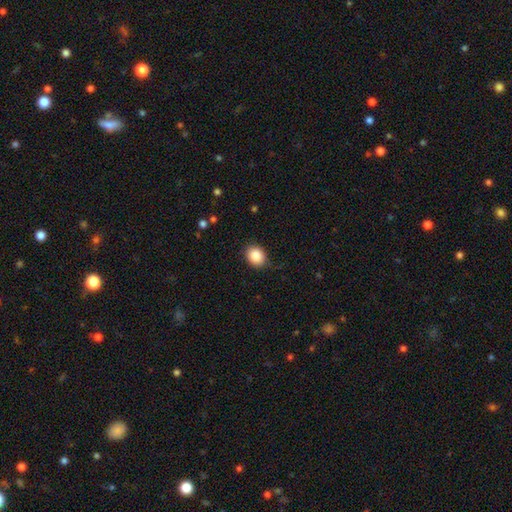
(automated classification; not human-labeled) Overall: smooth (87%). How rounded: round (56%; in between 43%). Merging: none (83%).